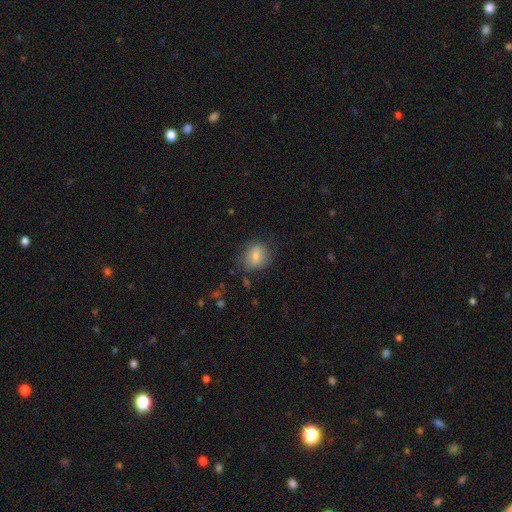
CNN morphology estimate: Q: Smooth or featured?
A: smooth (71%); runner-up: featured or disk (20%)
Q: How rounded?
A: round (67%); runner-up: in between (31%)
Q: Merging?
A: none (69%); runner-up: minor disturbance (21%)